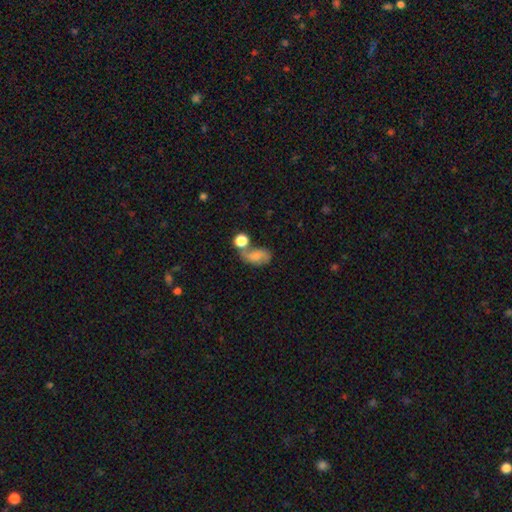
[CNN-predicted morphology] A smooth galaxy with no disk features (52%) that is in between round and cigar-shaped (79%). Merging: none (34%).